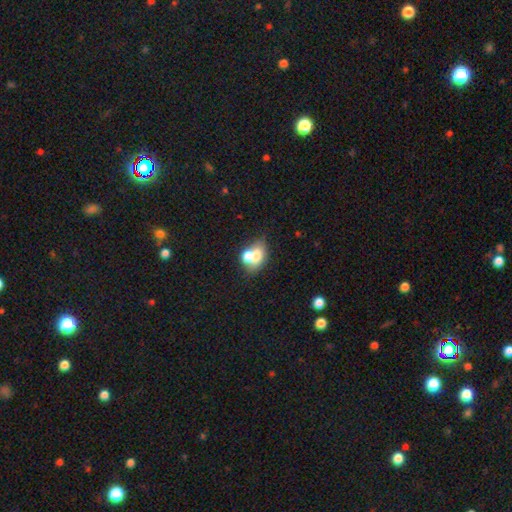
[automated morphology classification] A smooth galaxy with no disk features (67%) that is in between round and cigar-shaped (66%).

Vote fractions:
- Smooth or featured? smooth: 67% / featured or disk: 23% / star or artifact: 10%
- How rounded? in between: 66% / round: 33% / cigar-shaped: 2%
- Merging? merger: 55% / none: 29% / minor disturbance: 10% / major disturbance: 5%